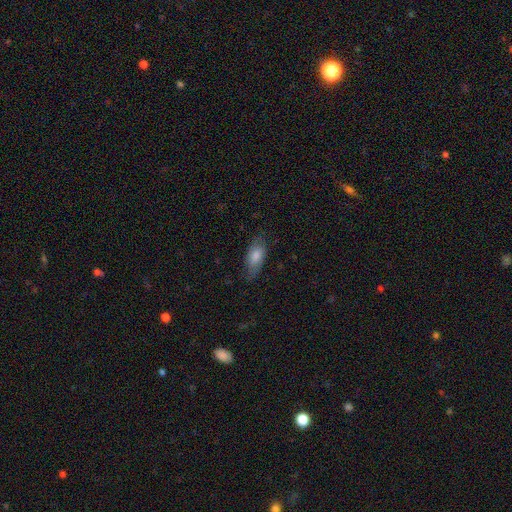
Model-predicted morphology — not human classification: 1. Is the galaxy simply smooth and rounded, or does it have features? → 74% smooth, 20% featured or disk, 6% star or artifact.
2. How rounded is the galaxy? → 86% in between, 11% cigar-shaped, 3% round.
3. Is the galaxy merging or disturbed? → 71% none, 22% minor disturbance, 6% major disturbance, 1% merger.